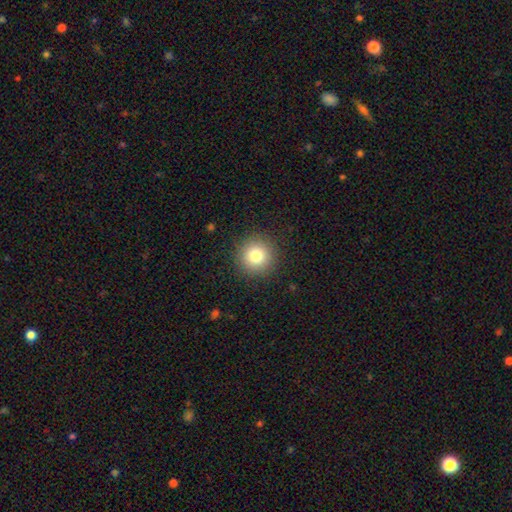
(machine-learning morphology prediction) smooth-or-featured: smooth: 80% | star or artifact: 12% | featured or disk: 8%
  how-rounded: round: 95% | in between: 4% | cigar-shaped: 1%
  merging: none: 90% | minor disturbance: 6% | major disturbance: 2% | merger: 1%